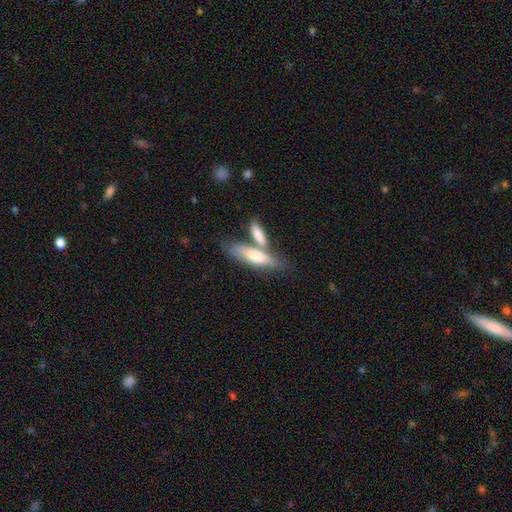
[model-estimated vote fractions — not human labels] This is likely a smooth galaxy (66%). How rounded: possibly cigar-shaped (55%). Merging: marginally merger (44%).